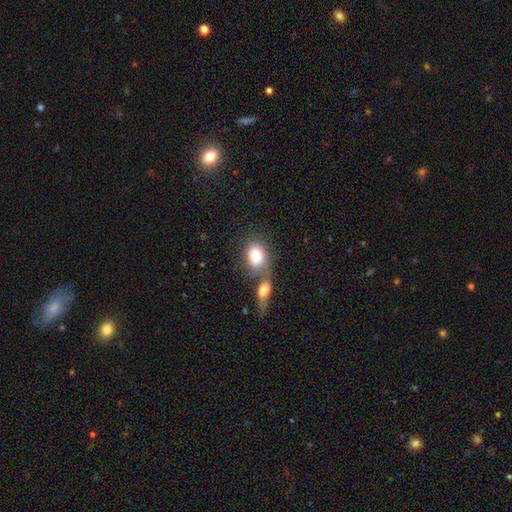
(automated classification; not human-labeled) Smooth or featured? Predicted: smooth (p=0.83). How rounded? Predicted: in between (p=0.72). Merging? Predicted: merger (p=0.49).